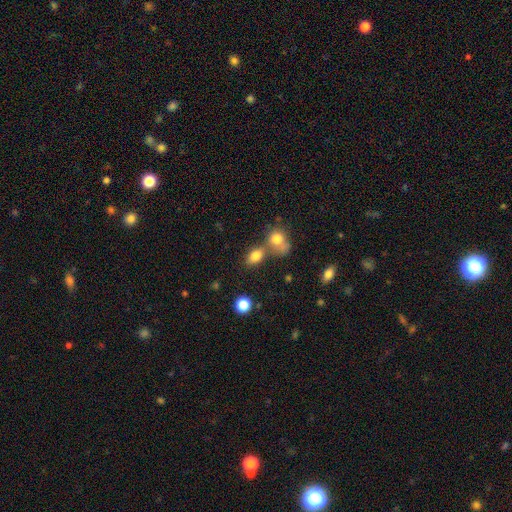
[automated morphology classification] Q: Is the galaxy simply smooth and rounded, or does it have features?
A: smooth — 81%.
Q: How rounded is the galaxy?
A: in between — 77%.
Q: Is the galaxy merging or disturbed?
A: none — 47%.